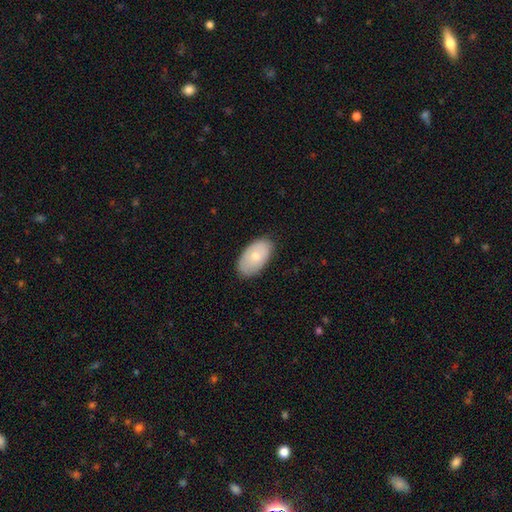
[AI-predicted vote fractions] Smooth or featured? smooth (68%)
How rounded? in between (94%)
Merging? none (84%)